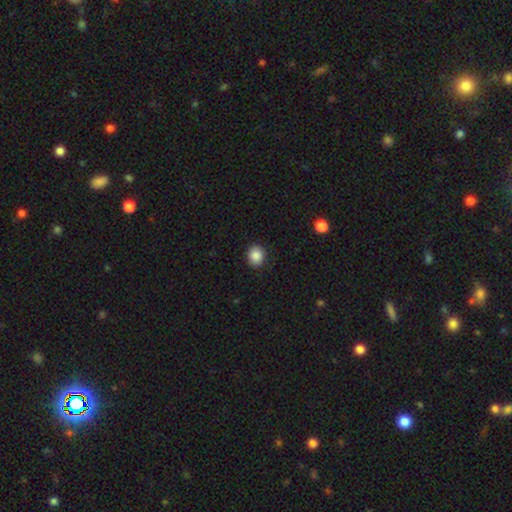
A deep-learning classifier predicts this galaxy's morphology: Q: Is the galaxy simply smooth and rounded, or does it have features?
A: smooth — 87%.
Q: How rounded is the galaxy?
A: round — 71%.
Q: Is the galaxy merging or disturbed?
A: none — 90%.